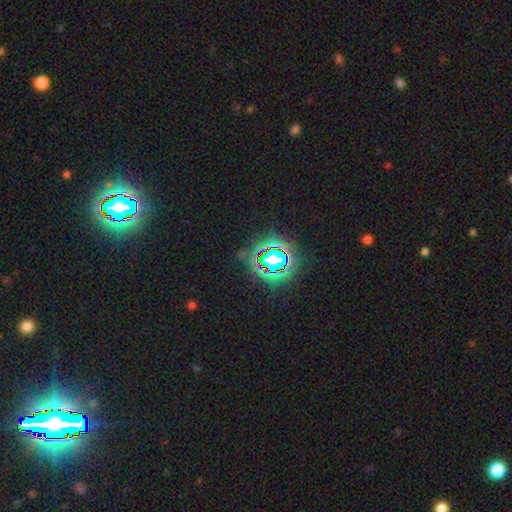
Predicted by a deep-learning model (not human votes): A star or artifact, not a galaxy (83%).

Vote fractions:
- Smooth or featured? star or artifact: 83% / smooth: 10% / featured or disk: 7%